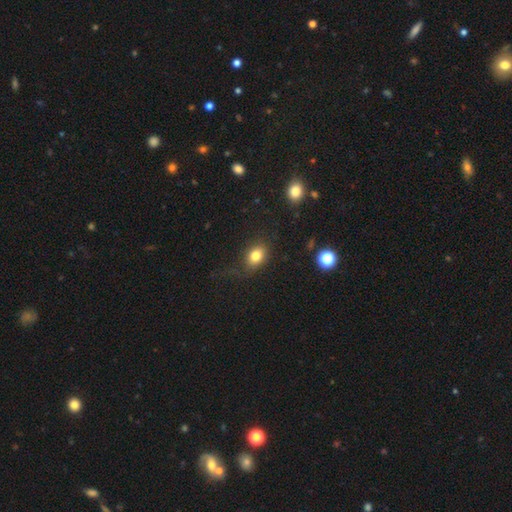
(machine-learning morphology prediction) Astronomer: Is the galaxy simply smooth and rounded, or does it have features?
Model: smooth — 81%.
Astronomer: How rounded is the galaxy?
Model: in between — 65%.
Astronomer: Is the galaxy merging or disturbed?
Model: none — 72%.